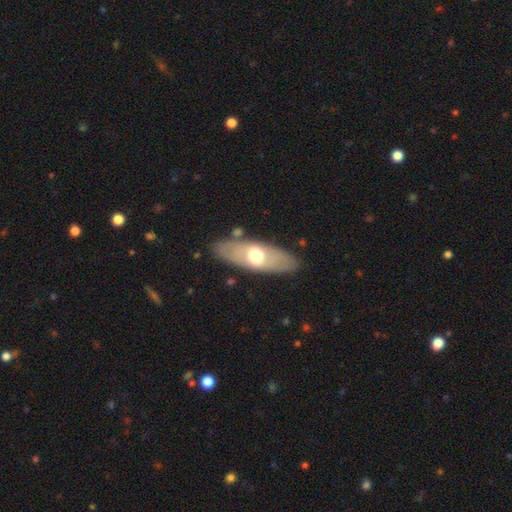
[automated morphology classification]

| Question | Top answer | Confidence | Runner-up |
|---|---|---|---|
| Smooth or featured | smooth | 51% | featured or disk (44%) |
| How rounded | in between | 72% | cigar-shaped (25%) |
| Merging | none | 82% | minor disturbance (12%) |